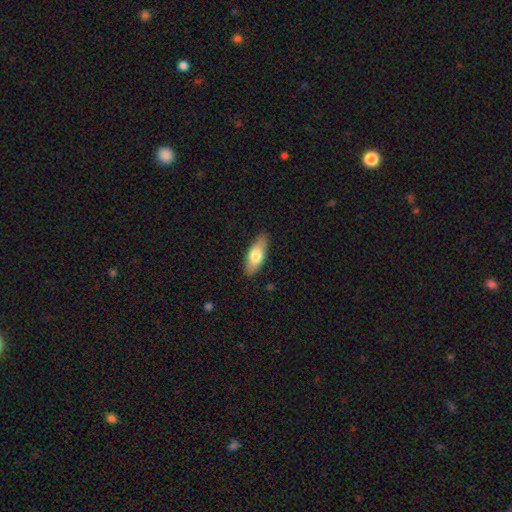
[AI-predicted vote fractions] This appears to be a smooth galaxy with no disk features (72%) that is in between round and cigar-shaped (75%). Merging: none (88%).